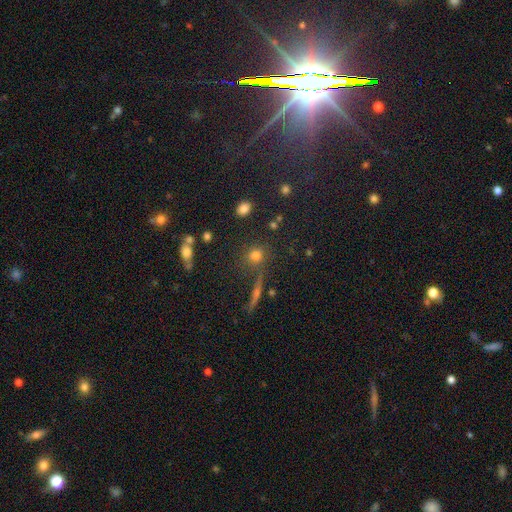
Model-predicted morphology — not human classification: Smooth or featured? Predicted: smooth (p=0.75). How rounded? Predicted: round (p=0.84). Merging? Predicted: none (p=0.75).